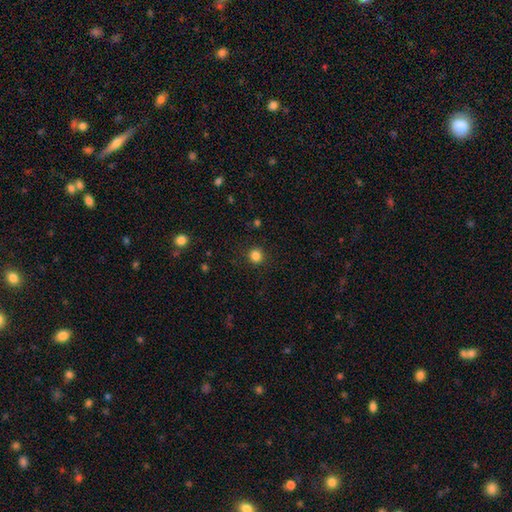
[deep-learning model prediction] Smooth or featured: smooth — 84% (star or artifact — 13%)
How rounded: round — 93% (in between — 6%)
Merging: none — 90% (minor disturbance — 6%)